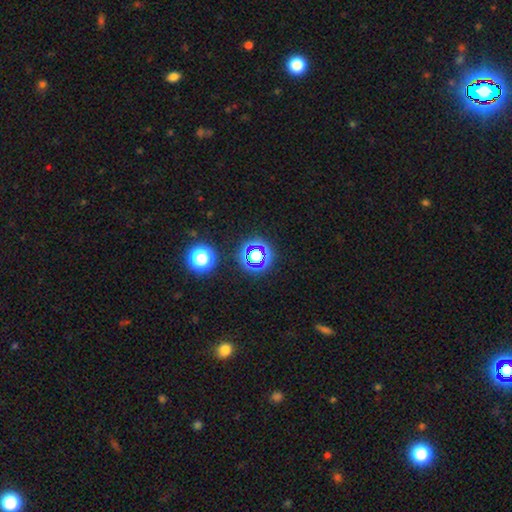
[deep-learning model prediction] Smooth or featured? Predicted: star or artifact (p=0.61).